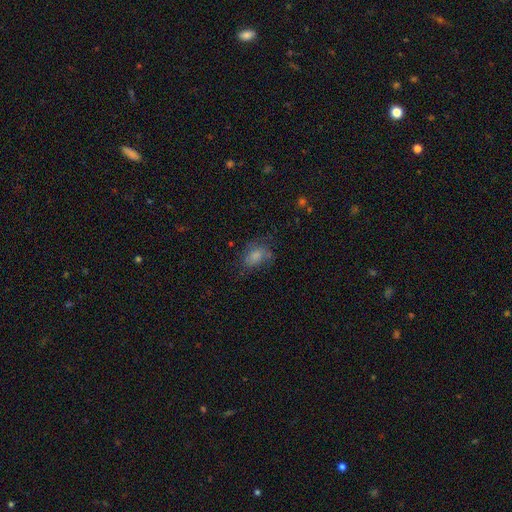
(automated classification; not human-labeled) Smooth or featured?
  - smooth: 76% *
  - featured or disk: 14%
  - star or artifact: 11%
How rounded?
  - in between: 77% *
  - round: 21%
  - cigar-shaped: 2%
Merging?
  - none: 58% *
  - minor disturbance: 25%
  - major disturbance: 14%
  - merger: 3%